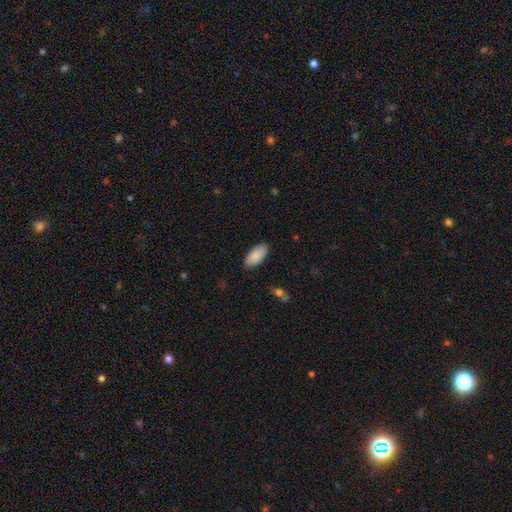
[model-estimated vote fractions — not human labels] Q: Smooth or featured?
A: smooth (88%); runner-up: star or artifact (6%)
Q: How rounded?
A: in between (92%); runner-up: cigar-shaped (7%)
Q: Merging?
A: none (88%); runner-up: minor disturbance (9%)